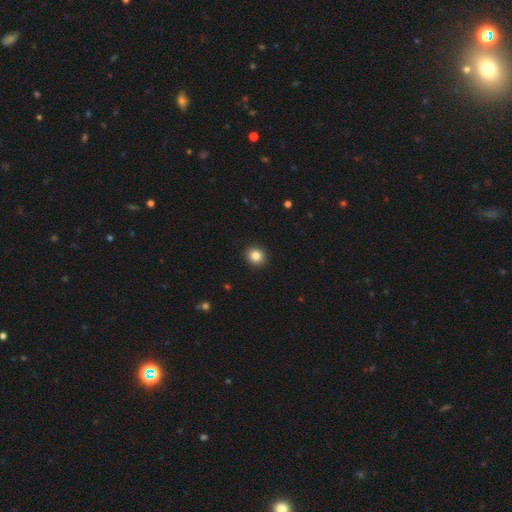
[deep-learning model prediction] This is clearly a smooth galaxy (85%). How rounded: clearly round (84%). Merging: clearly none (92%).